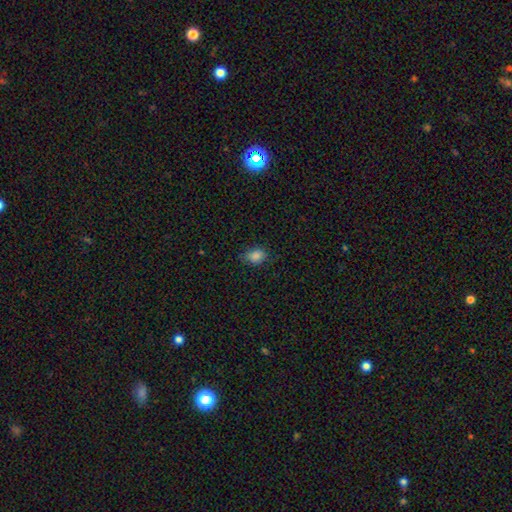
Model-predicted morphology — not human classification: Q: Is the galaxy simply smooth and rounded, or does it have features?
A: smooth — 86%.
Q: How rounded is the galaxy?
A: in between — 72%.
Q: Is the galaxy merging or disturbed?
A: none — 73%.